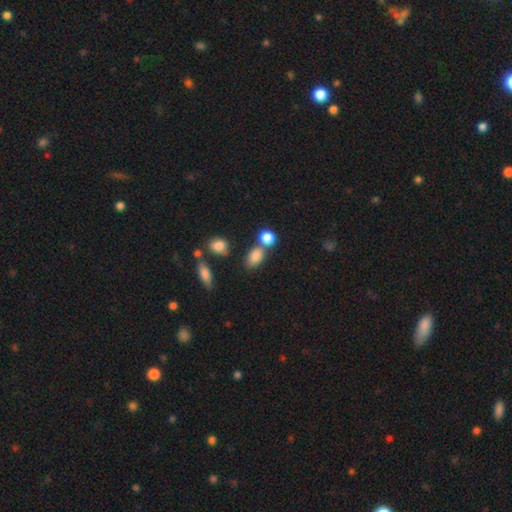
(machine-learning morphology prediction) This is clearly a smooth galaxy (82%). How rounded: likely in between (74%). Merging: possibly none (51%).